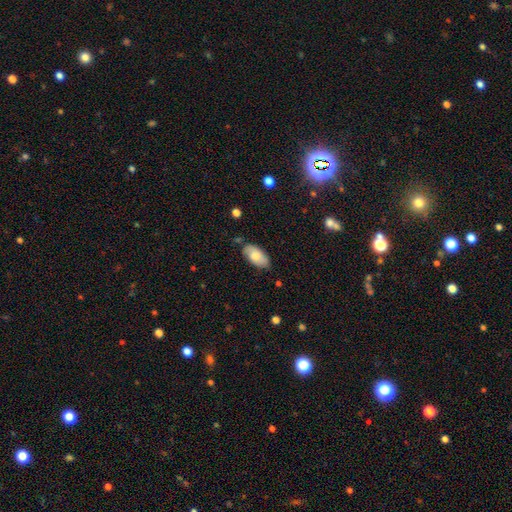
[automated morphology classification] smooth-or-featured: smooth: 76% | featured or disk: 17% | star or artifact: 6%
  how-rounded: in between: 95% | cigar-shaped: 2% | round: 2%
  merging: none: 77% | minor disturbance: 18% | major disturbance: 3% | merger: 2%